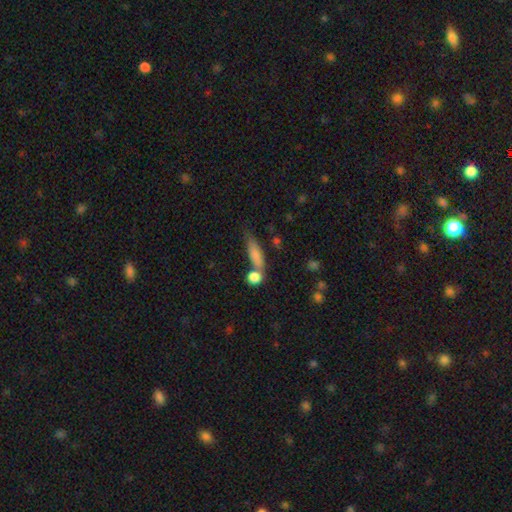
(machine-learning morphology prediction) This is likely a smooth galaxy (77%). How rounded: possibly cigar-shaped (49%). Merging: possibly none (48%).